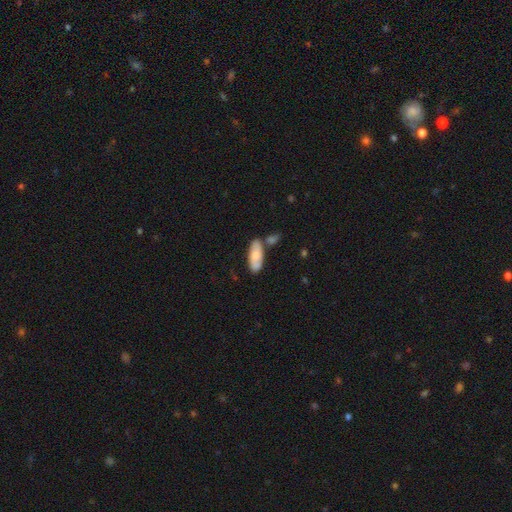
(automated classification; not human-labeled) A smooth galaxy with no disk features (71%) that is in between round and cigar-shaped (76%). Merging: none (61%).